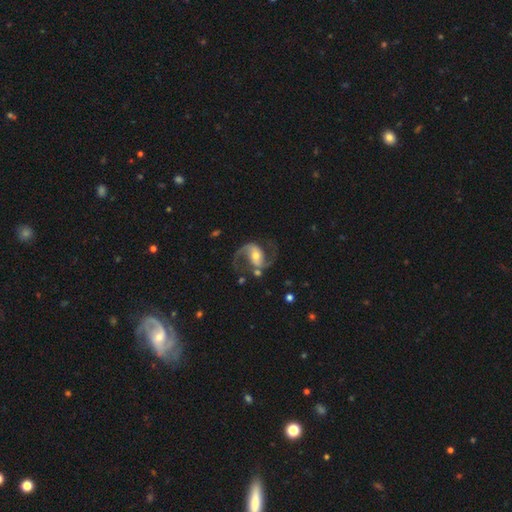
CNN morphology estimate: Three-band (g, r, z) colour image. It shows a featured or disk galaxy (90%) with a weak bar (38%), 2 (93%) medium (51%) spiral arms (97%) and a moderate central bulge (57%). Merging: none (72%).